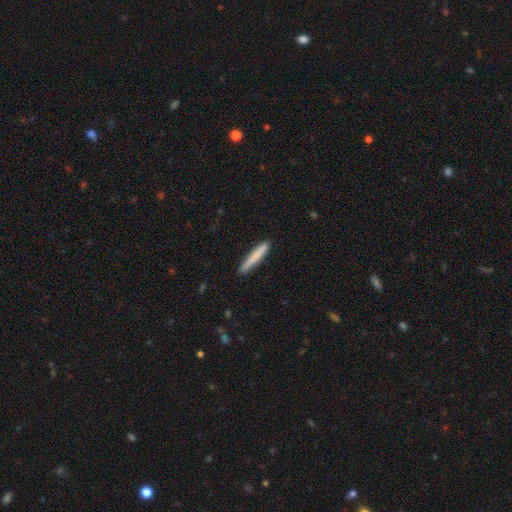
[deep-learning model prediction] Smooth or featured?
  - smooth: 79% *
  - featured or disk: 16%
  - star or artifact: 5%
How rounded?
  - cigar-shaped: 95% *
  - in between: 4%
  - round: 1%
Merging?
  - none: 89% *
  - minor disturbance: 8%
  - major disturbance: 2%
  - merger: 1%